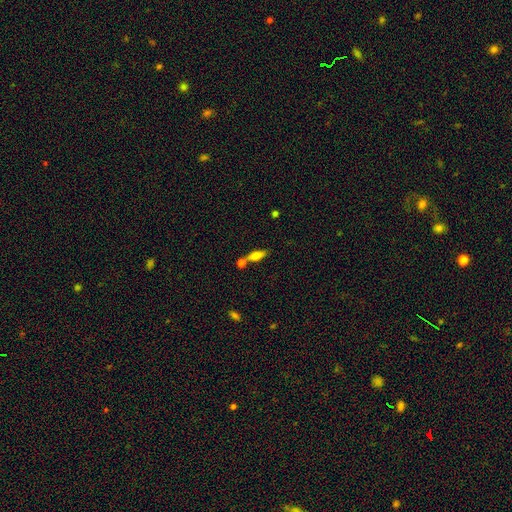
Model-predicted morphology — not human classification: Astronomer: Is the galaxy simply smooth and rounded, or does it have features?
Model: smooth — 66%.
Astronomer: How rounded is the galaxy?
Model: in between — 53% (runner-up: cigar-shaped, 43%).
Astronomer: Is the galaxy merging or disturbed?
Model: none — 52% (runner-up: merger, 33%).